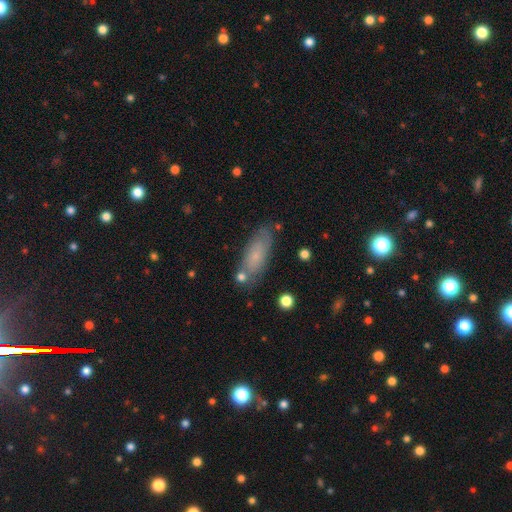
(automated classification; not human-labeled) Smooth or featured? Predicted: smooth (p=0.69). How rounded? Predicted: in between (p=0.70). Merging? Predicted: none (p=0.74).